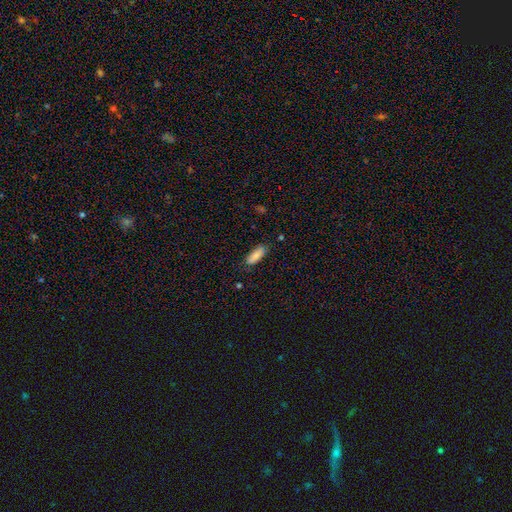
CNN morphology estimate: A smooth galaxy with no disk features (87%) that is in between round and cigar-shaped (67%). Merging: none (80%).